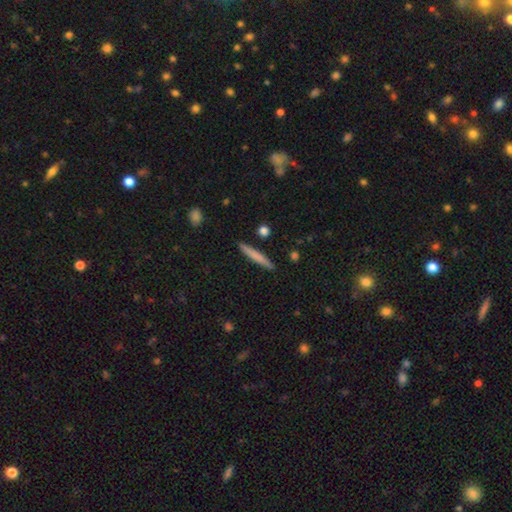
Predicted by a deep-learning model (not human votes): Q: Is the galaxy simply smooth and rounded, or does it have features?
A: smooth — 70%.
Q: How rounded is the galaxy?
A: cigar-shaped — 95%.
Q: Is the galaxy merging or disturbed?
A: none — 90%.